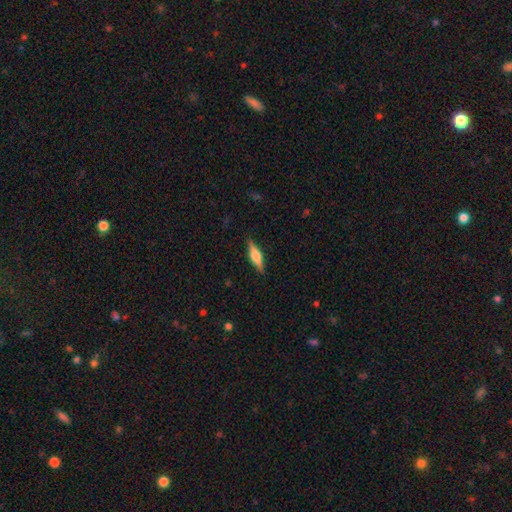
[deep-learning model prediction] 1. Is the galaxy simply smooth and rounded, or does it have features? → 56% featured or disk, 38% smooth, 6% star or artifact.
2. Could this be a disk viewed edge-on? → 96% yes, 4% no.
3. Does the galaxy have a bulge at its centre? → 86% rounded, 11% boxy, 3% none.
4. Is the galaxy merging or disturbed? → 89% none, 8% minor disturbance, 2% major disturbance, 1% merger.